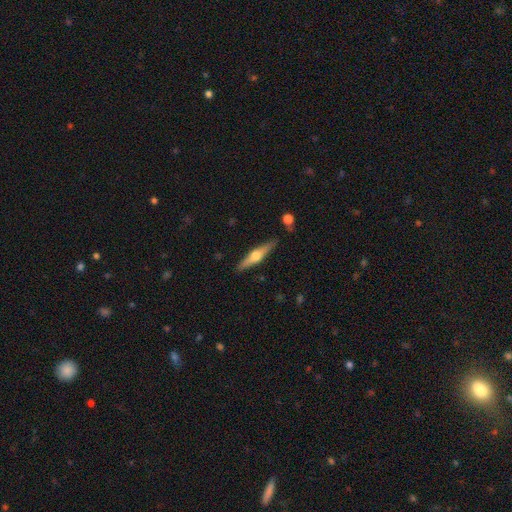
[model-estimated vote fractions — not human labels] smooth-or-featured: featured or disk: 63% | smooth: 32% | star or artifact: 5%
  disk-edge-on: yes: 96% | no: 4%
    edge-on-bulge: rounded: 94% | boxy: 3% | none: 3%
  merging: none: 87% | minor disturbance: 9% | merger: 2% | major disturbance: 2%